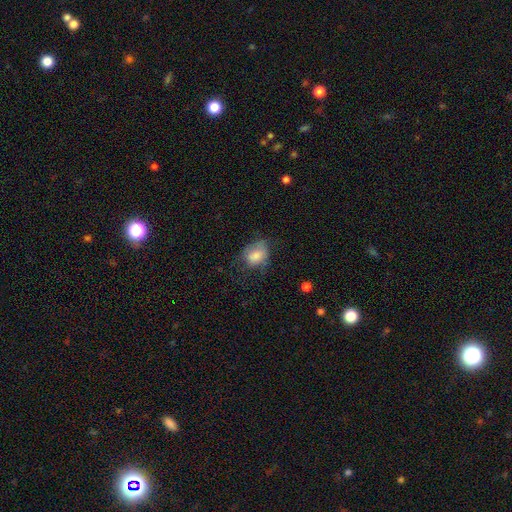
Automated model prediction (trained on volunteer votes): smooth-or-featured: smooth: 75% | featured or disk: 16% | star or artifact: 9%
  how-rounded: in between: 64% | round: 35% | cigar-shaped: 1%
  merging: none: 46% | minor disturbance: 31% | major disturbance: 22% | merger: 2%